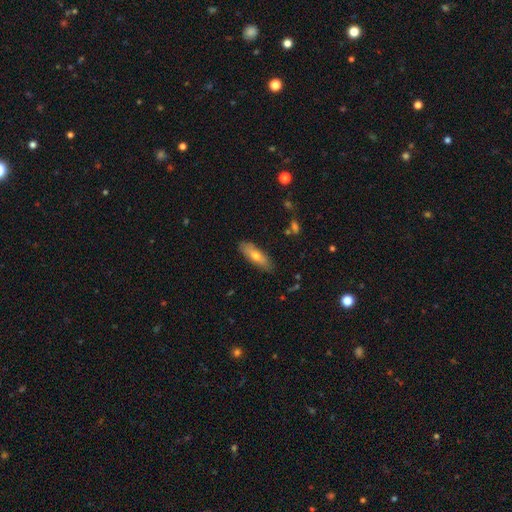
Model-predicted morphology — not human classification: This appears to be a smooth galaxy with no disk features (63%) that is in between round and cigar-shaped (54%). Merging: none (84%).